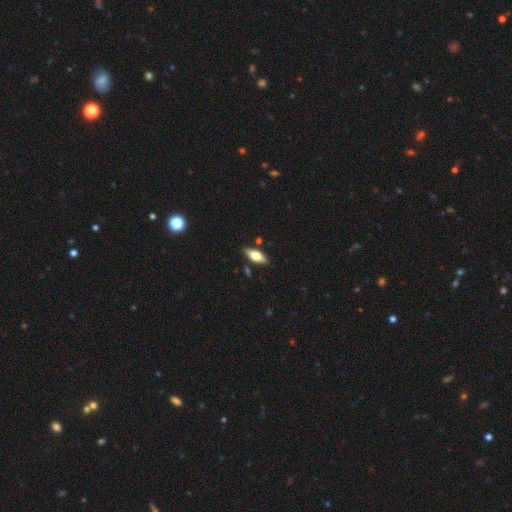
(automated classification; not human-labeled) smooth-or-featured: smooth: 58% | featured or disk: 36% | star or artifact: 7%
  how-rounded: in between: 73% | cigar-shaped: 24% | round: 3%
  merging: none: 85% | minor disturbance: 10% | merger: 3% | major disturbance: 2%